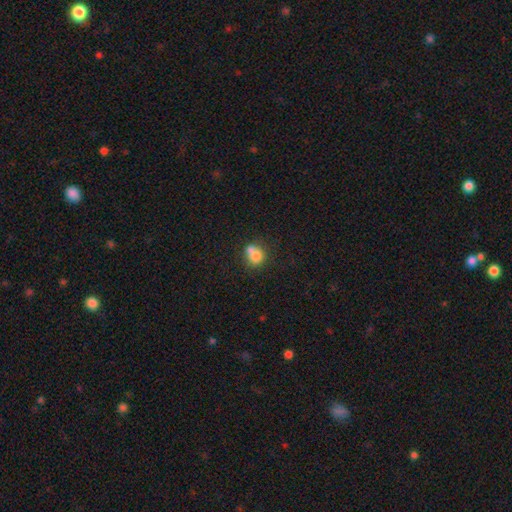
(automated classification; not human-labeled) Smooth or featured? Predicted: smooth (p=0.74). How rounded? Predicted: round (p=0.76). Merging? Predicted: merger (p=0.50).